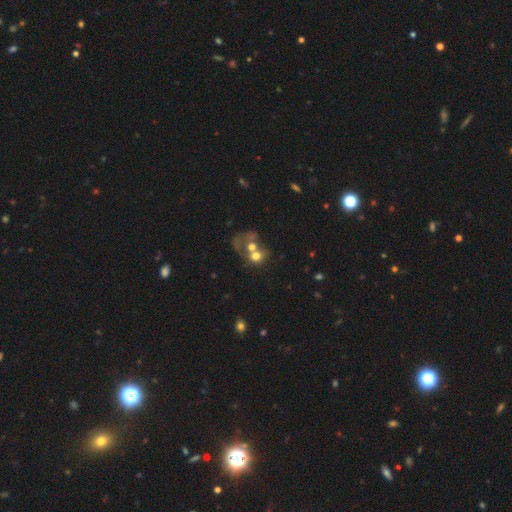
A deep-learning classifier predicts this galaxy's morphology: smooth-or-featured: smooth: 55% | featured or disk: 31% | star or artifact: 14%
  how-rounded: round: 62% | in between: 37% | cigar-shaped: 1%
  merging: merger: 62% | none: 19% | major disturbance: 11% | minor disturbance: 7%